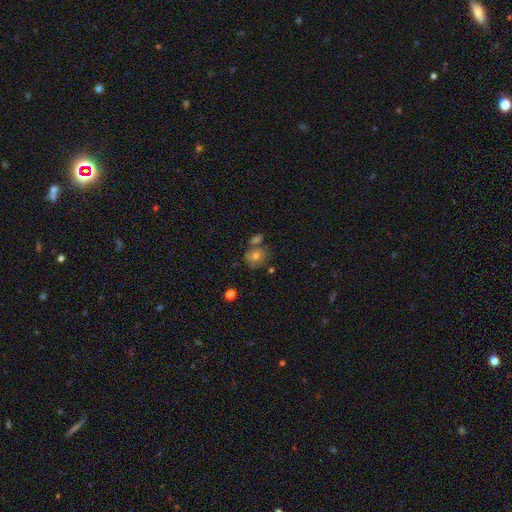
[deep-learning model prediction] This is likely a smooth galaxy (63%). How rounded: likely round (71%). Merging: possibly none (54%).